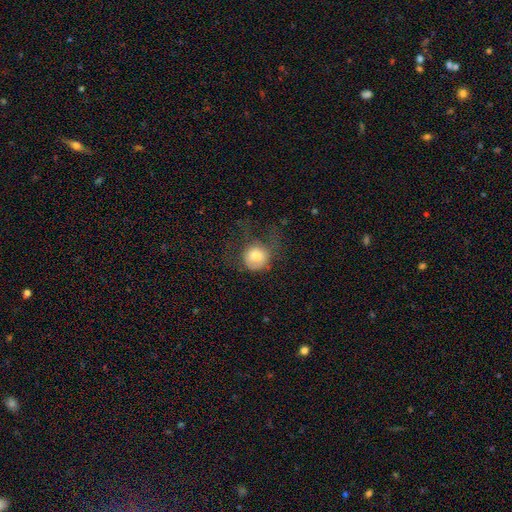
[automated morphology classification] Smooth or featured? Predicted: smooth (p=0.74). How rounded? Predicted: round (p=0.83). Merging? Predicted: major disturbance (p=0.39).